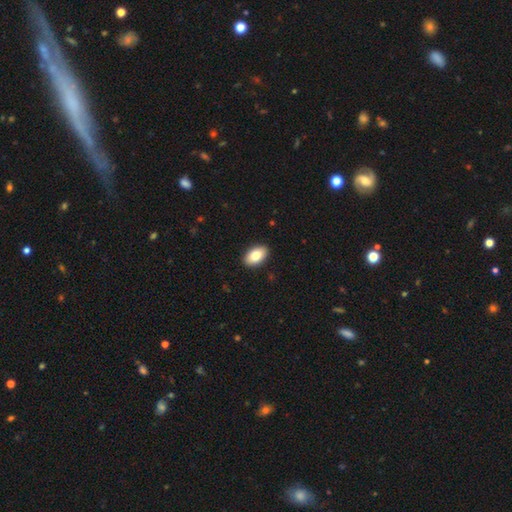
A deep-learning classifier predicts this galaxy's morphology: smooth-or-featured: smooth: 83% | featured or disk: 11% | star or artifact: 7%
  how-rounded: in between: 94% | round: 5% | cigar-shaped: 1%
  merging: none: 91% | minor disturbance: 7% | major disturbance: 2% | merger: 1%